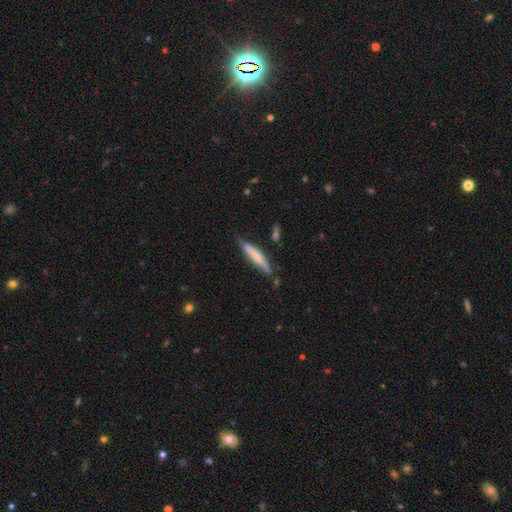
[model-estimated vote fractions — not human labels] This appears to be a smooth galaxy with no disk features (58%) that is cigar-shaped (89%). Merging: none (69%).